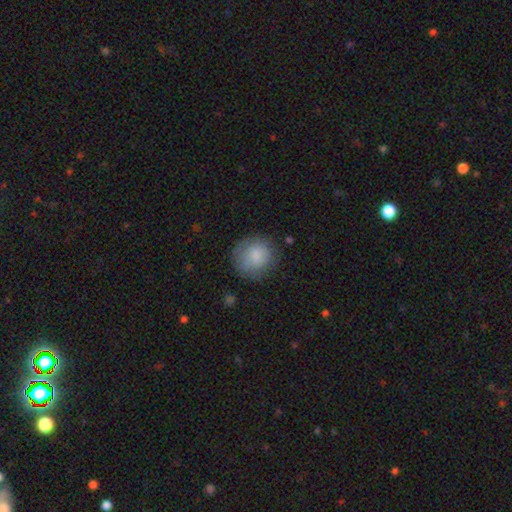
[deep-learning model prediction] This appears to be a smooth galaxy with no disk features (83%) that is round (90%). Merging: none (76%).